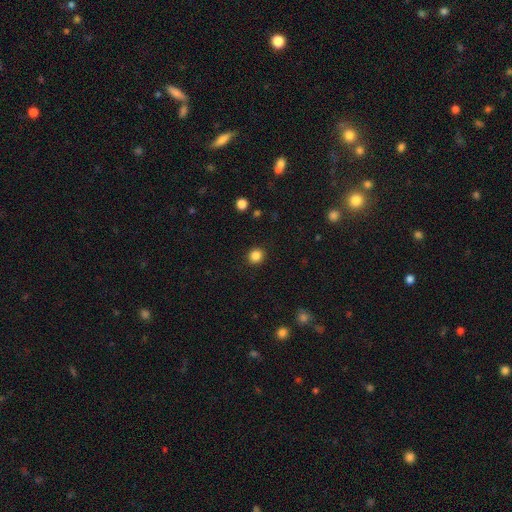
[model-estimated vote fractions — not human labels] smooth-or-featured: smooth: 85% | star or artifact: 11% | featured or disk: 4%
  how-rounded: round: 86% | in between: 13% | cigar-shaped: 1%
  merging: none: 92% | minor disturbance: 5% | major disturbance: 2% | merger: 1%